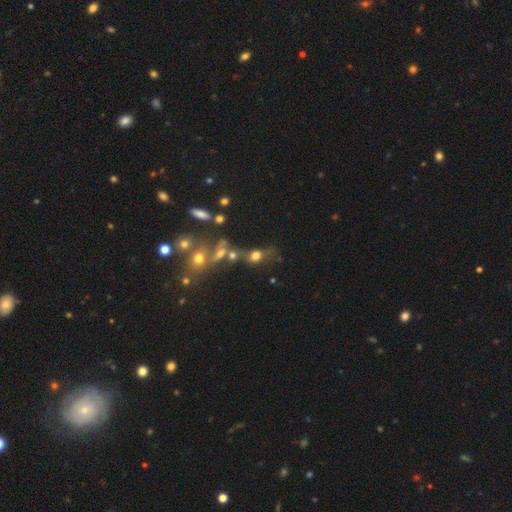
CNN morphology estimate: Overall: smooth (63%). How rounded: round (51%; in between 44%). Merging: merger (35%; none 34%).